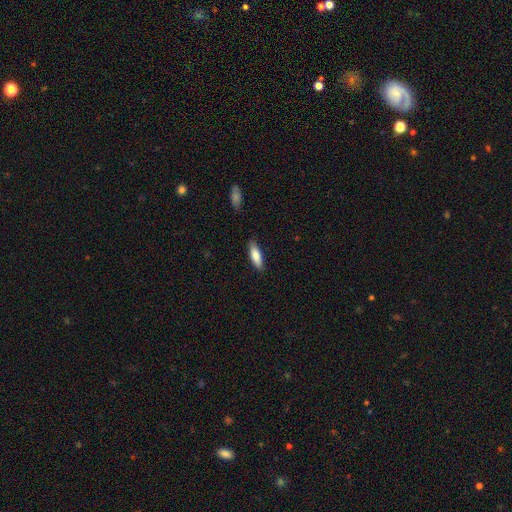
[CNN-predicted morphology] smooth_or_featured: smooth (p=0.82) [alt: featured or disk p=0.12]
how_rounded: in between (p=0.55) [alt: cigar-shaped p=0.44]
merging: none (p=0.86) [alt: minor disturbance p=0.11]